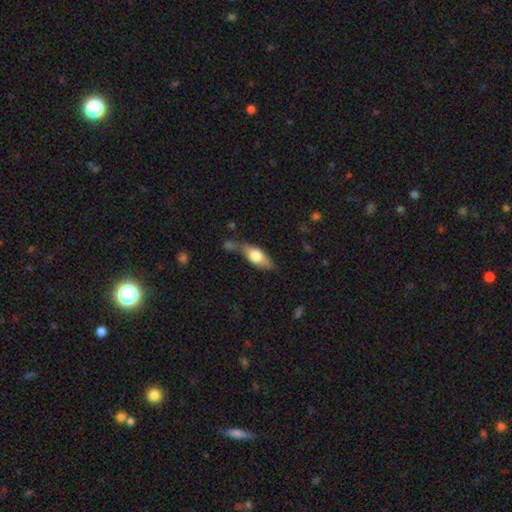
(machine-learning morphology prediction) Smooth or featured? Predicted: smooth (p=0.59). How rounded? Predicted: in between (p=0.72). Merging? Predicted: none (p=0.58).